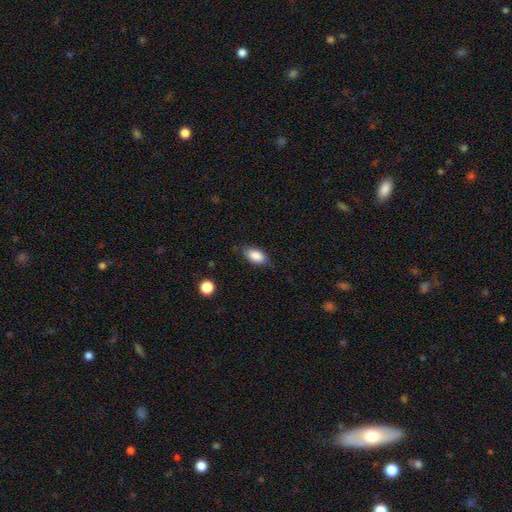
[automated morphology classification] type=smooth (85%); roundness=in between (91%); merging=none (78%).